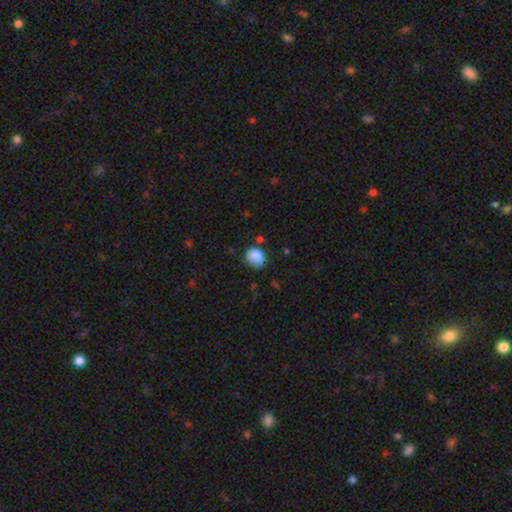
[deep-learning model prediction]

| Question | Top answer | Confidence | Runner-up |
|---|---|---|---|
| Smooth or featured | smooth | 86% | star or artifact (8%) |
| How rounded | round | 68% | in between (31%) |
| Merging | none | 62% | minor disturbance (28%) |